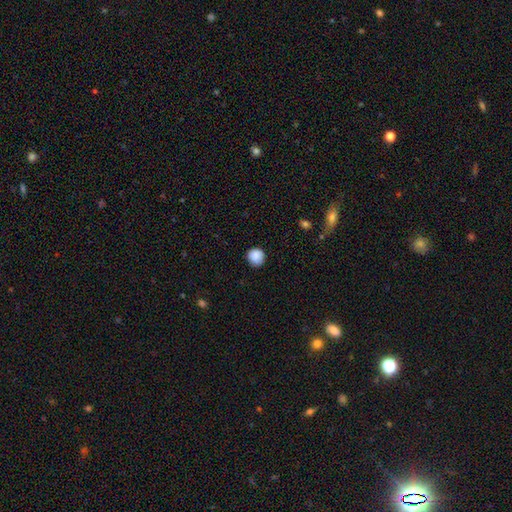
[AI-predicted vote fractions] Smooth or featured? smooth (88%)
How rounded? round (90%)
Merging? none (85%)